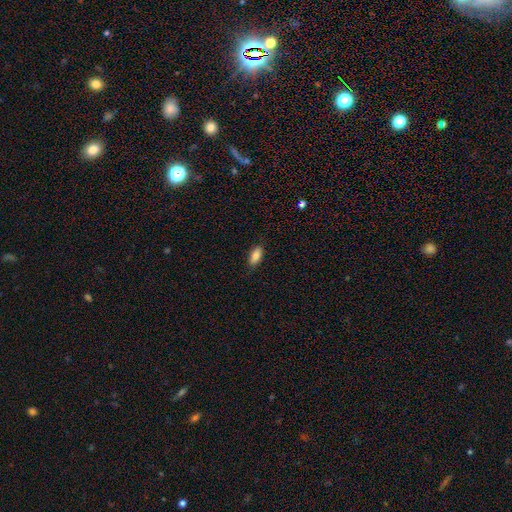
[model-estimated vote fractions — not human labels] Overall: smooth (83%). How rounded: in between (86%). Merging: none (85%).